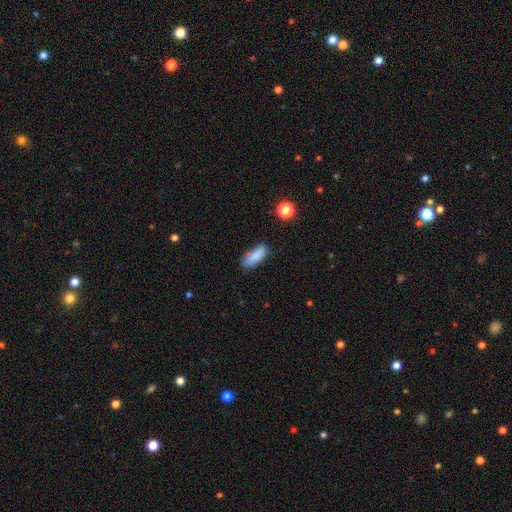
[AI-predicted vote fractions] Smooth or featured: smooth — 84% (featured or disk — 9%)
How rounded: in between — 63% (cigar-shaped — 35%)
Merging: none — 75% (minor disturbance — 19%)